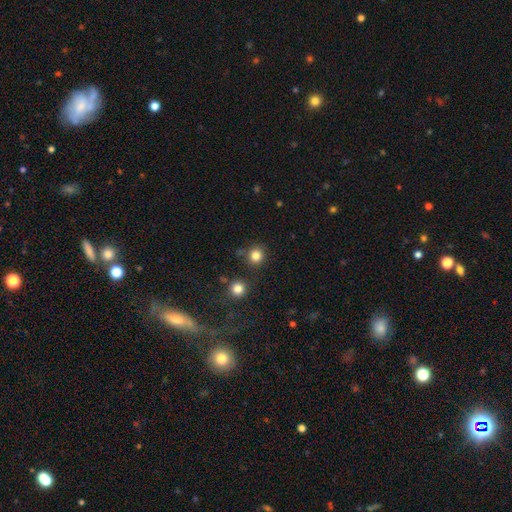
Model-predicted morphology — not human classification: Q: Smooth or featured?
A: smooth (83%); runner-up: star or artifact (12%)
Q: How rounded?
A: round (90%); runner-up: in between (9%)
Q: Merging?
A: none (81%); runner-up: minor disturbance (10%)